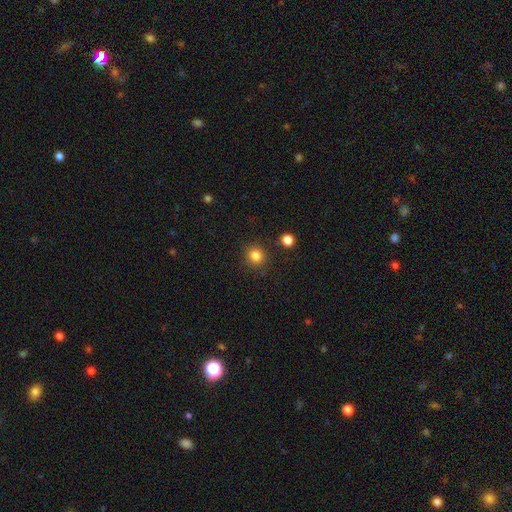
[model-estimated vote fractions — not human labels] Q: Smooth or featured?
A: smooth (84%); runner-up: star or artifact (12%)
Q: How rounded?
A: round (87%); runner-up: in between (12%)
Q: Merging?
A: none (87%); runner-up: minor disturbance (7%)